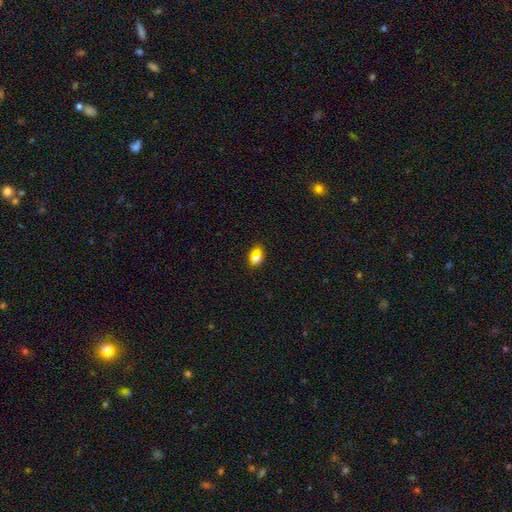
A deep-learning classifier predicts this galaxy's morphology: type=smooth (69%); roundness=in between (69%); merging=none (79%).